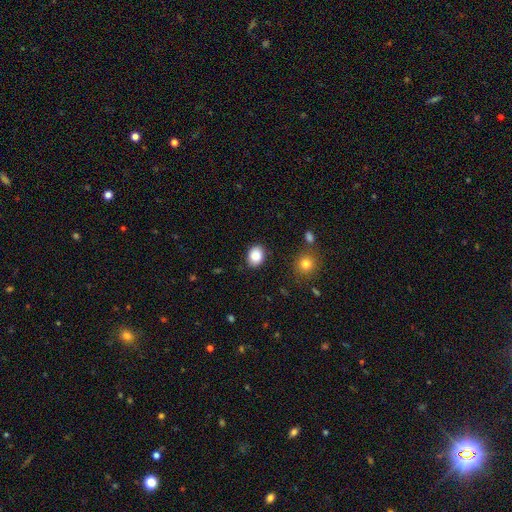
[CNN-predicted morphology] A smooth galaxy with no disk features (88%) that is in between round and cigar-shaped (59%). Merging: none (85%).